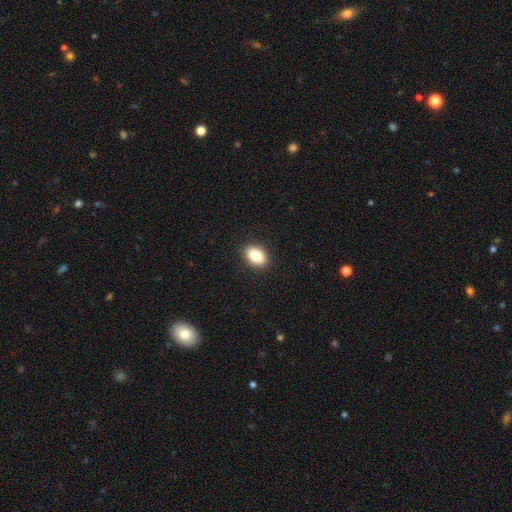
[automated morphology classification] A smooth galaxy with no disk features (83%) that is in between round and cigar-shaped (80%).

Vote fractions:
- Smooth or featured? smooth: 83% / featured or disk: 9% / star or artifact: 9%
- How rounded? in between: 80% / round: 19% / cigar-shaped: 1%
- Merging? none: 91% / minor disturbance: 7% / major disturbance: 2% / merger: 1%